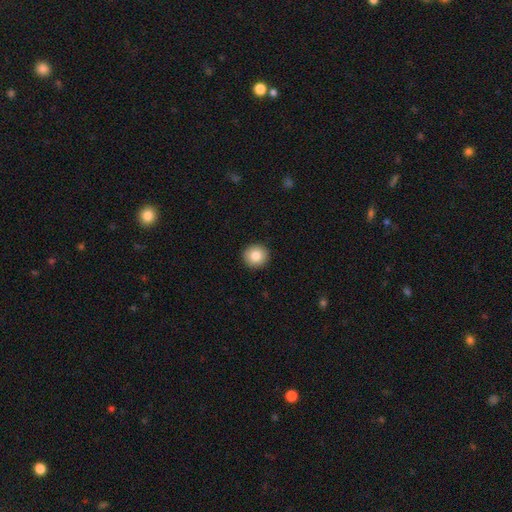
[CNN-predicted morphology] This appears to be a smooth galaxy with no disk features (84%) that is round (94%). Merging: none (93%).